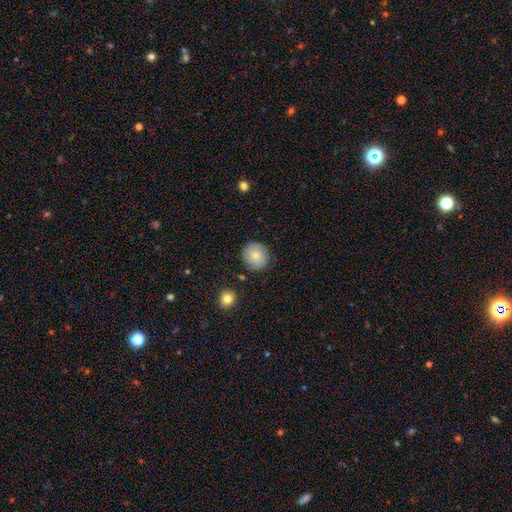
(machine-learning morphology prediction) This appears to be a smooth galaxy with no disk features (78%) that is round (89%). Merging: none (85%).